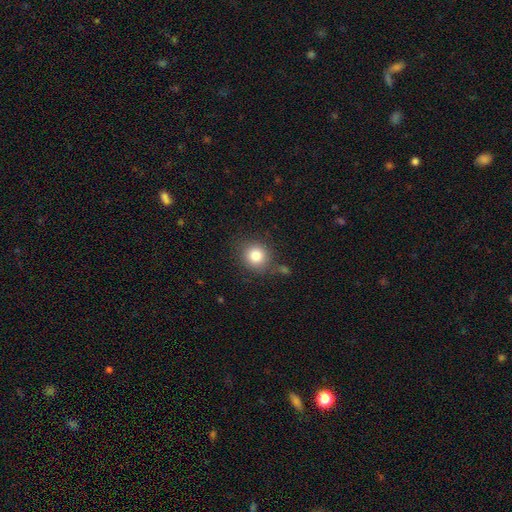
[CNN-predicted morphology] A smooth galaxy with no disk features (83%) that is round (88%).

Vote fractions:
- Smooth or featured? smooth: 83% / star or artifact: 10% / featured or disk: 7%
- How rounded? round: 88% / in between: 11% / cigar-shaped: 1%
- Merging? none: 80% / minor disturbance: 12% / major disturbance: 4% / merger: 4%